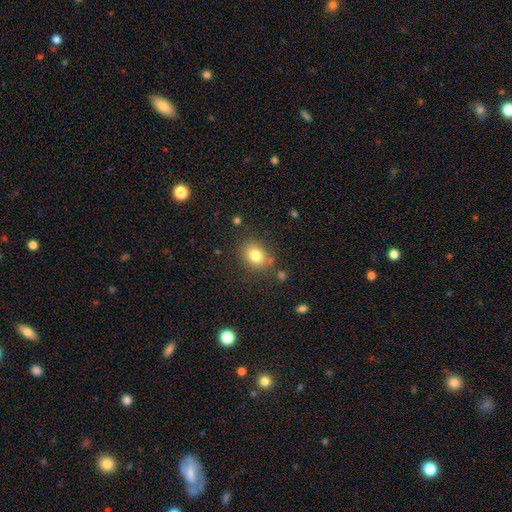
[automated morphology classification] Smooth or featured? smooth (79%)
How rounded? round (51%)
Merging? none (78%)